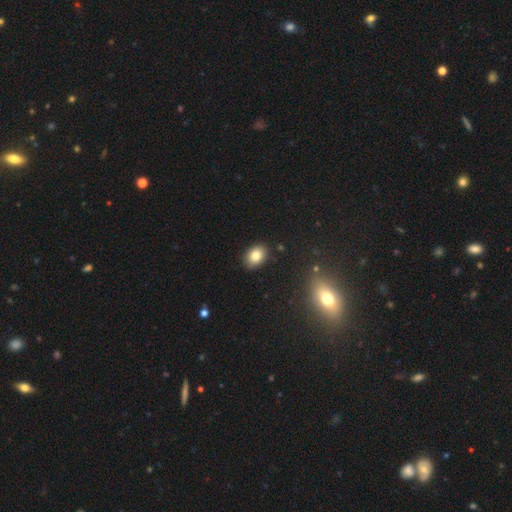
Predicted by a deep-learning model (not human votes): smooth_or_featured: smooth (p=0.81) [alt: star or artifact p=0.10]
how_rounded: in between (p=0.74) [alt: round p=0.25]
merging: none (p=0.87) [alt: minor disturbance p=0.10]